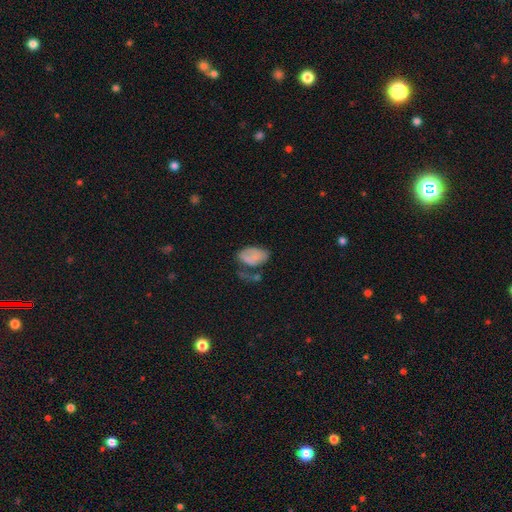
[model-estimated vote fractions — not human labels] Q: Smooth or featured?
A: smooth (68%); runner-up: featured or disk (22%)
Q: How rounded?
A: in between (90%); runner-up: round (9%)
Q: Merging?
A: none (33%); runner-up: major disturbance (27%)